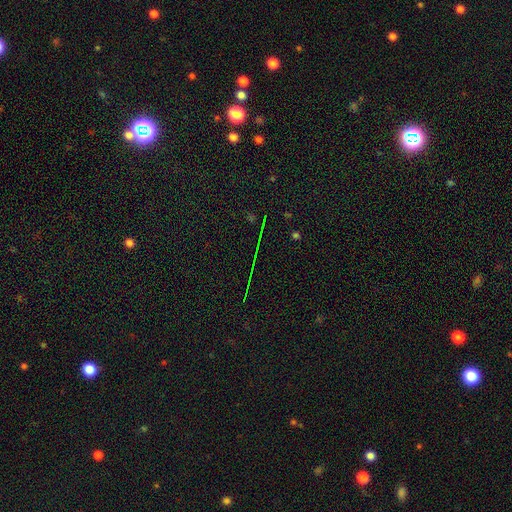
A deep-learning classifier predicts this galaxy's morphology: Smooth or featured: star or artifact — 78% (smooth — 11%)